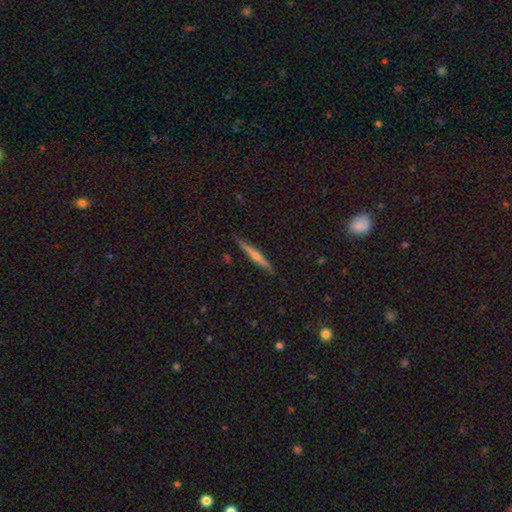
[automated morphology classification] This is possibly a featured or disk galaxy (59%). It is clearly viewed edge-on (97%). Edge-on bulge: likely rounded (67%). Merging: clearly none (89%).